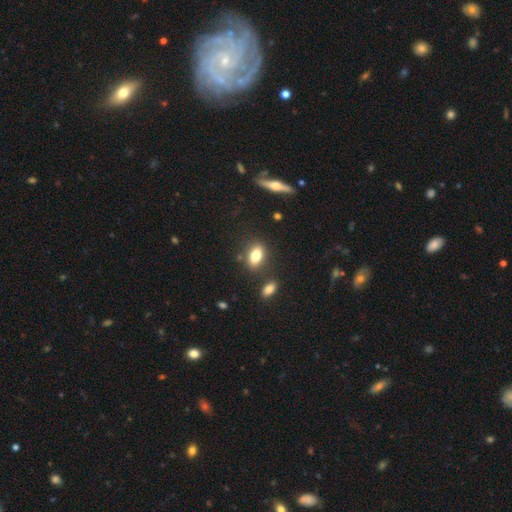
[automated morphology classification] Smooth or featured? Predicted: smooth (p=0.81). How rounded? Predicted: in between (p=0.85). Merging? Predicted: none (p=0.77).